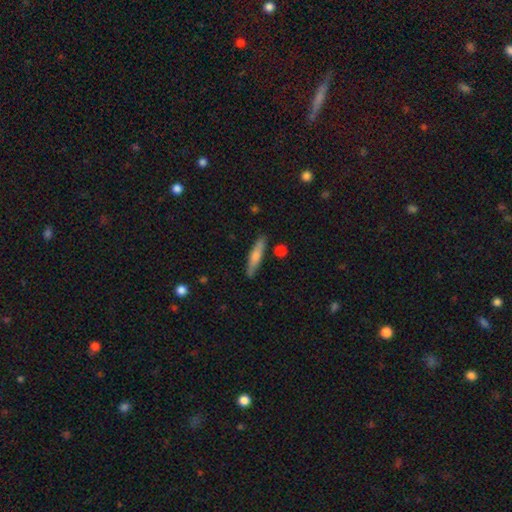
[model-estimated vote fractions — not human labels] smooth_or_featured: smooth (p=0.66) [alt: featured or disk p=0.28]
how_rounded: cigar-shaped (p=0.85) [alt: in between p=0.13]
merging: none (p=0.83) [alt: minor disturbance p=0.11]